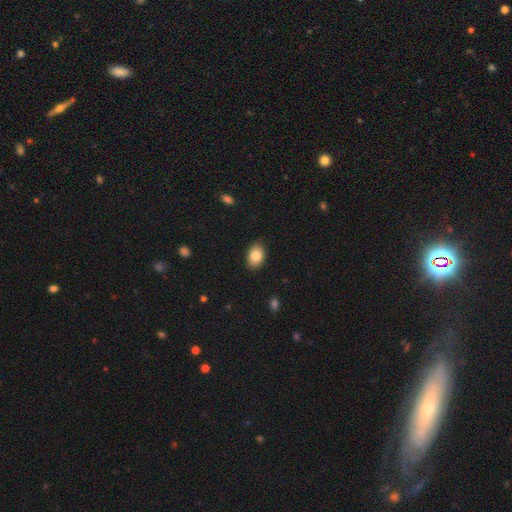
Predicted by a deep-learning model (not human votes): Morphology: type=smooth (83%); roundness=in between (82%); merging=none (88%).